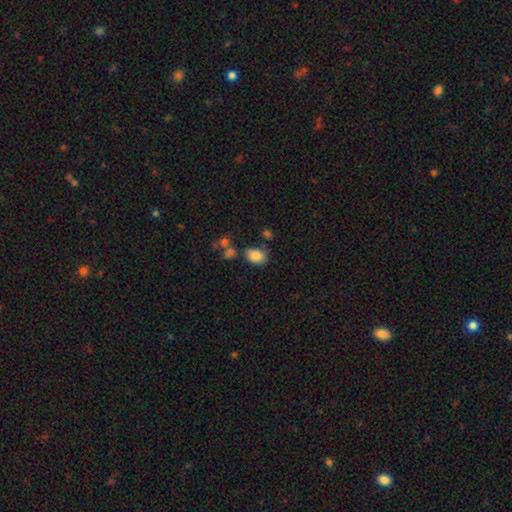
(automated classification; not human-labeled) Smooth or featured?
  - smooth: 85% *
  - star or artifact: 9%
  - featured or disk: 6%
How rounded?
  - in between: 81% *
  - round: 18%
  - cigar-shaped: 1%
Merging?
  - none: 67% *
  - minor disturbance: 17%
  - merger: 10%
  - major disturbance: 5%